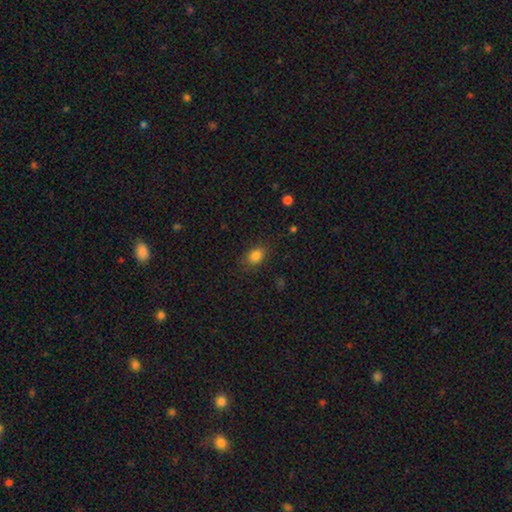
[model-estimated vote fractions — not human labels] A smooth galaxy with no disk features (83%) that is in between round and cigar-shaped (72%). Merging: none (81%).